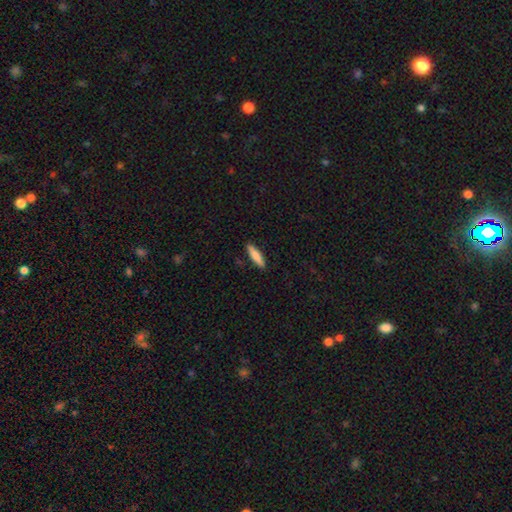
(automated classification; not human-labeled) Q: Smooth or featured?
A: smooth (81%); runner-up: featured or disk (14%)
Q: How rounded?
A: cigar-shaped (75%); runner-up: in between (23%)
Q: Merging?
A: none (90%); runner-up: minor disturbance (8%)